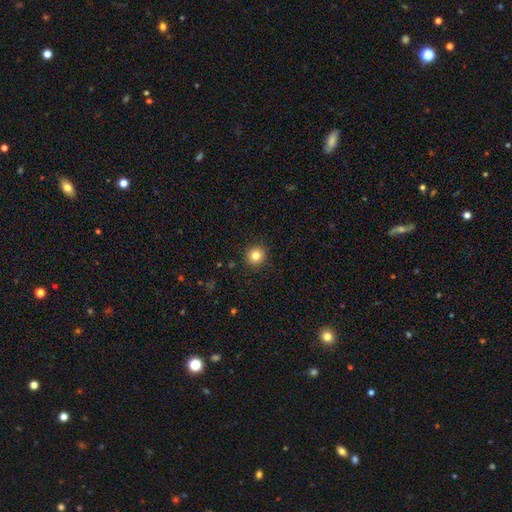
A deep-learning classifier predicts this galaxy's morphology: A smooth galaxy with no disk features (82%) that is round (94%). Merging: none (92%).